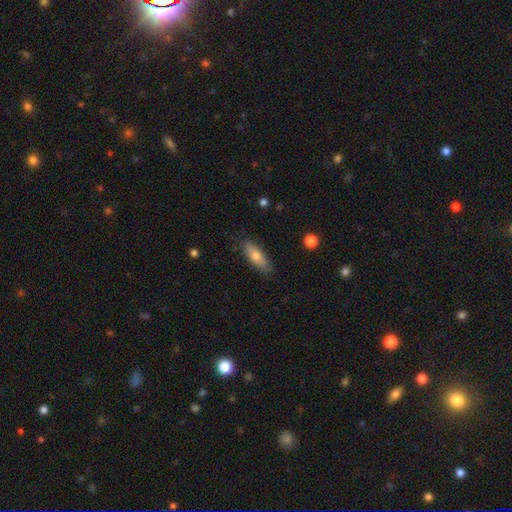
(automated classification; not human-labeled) This appears to be a smooth galaxy with no disk features (69%) that is in between round and cigar-shaped (57%). Merging: none (85%).